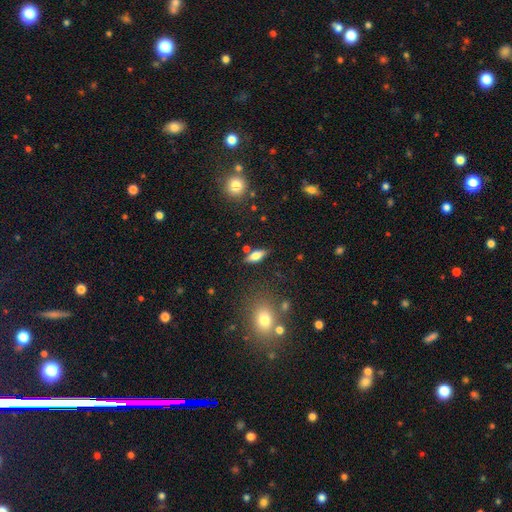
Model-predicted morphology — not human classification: Smooth or featured?
  - smooth: 65% *
  - featured or disk: 26%
  - star or artifact: 9%
How rounded?
  - in between: 70% *
  - cigar-shaped: 26%
  - round: 4%
Merging?
  - none: 80% *
  - minor disturbance: 12%
  - merger: 5%
  - major disturbance: 3%